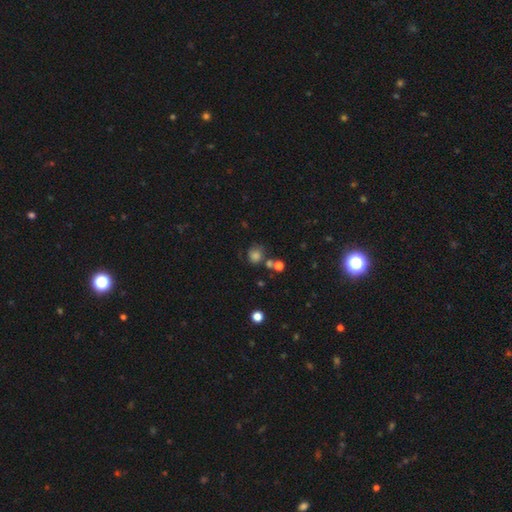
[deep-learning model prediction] A smooth galaxy with no disk features (64%) that is round (82%).

Vote fractions:
- Smooth or featured? smooth: 64% / star or artifact: 25% / featured or disk: 11%
- How rounded? round: 82% / in between: 17% / cigar-shaped: 1%
- Merging? none: 63% / minor disturbance: 16% / merger: 13% / major disturbance: 8%